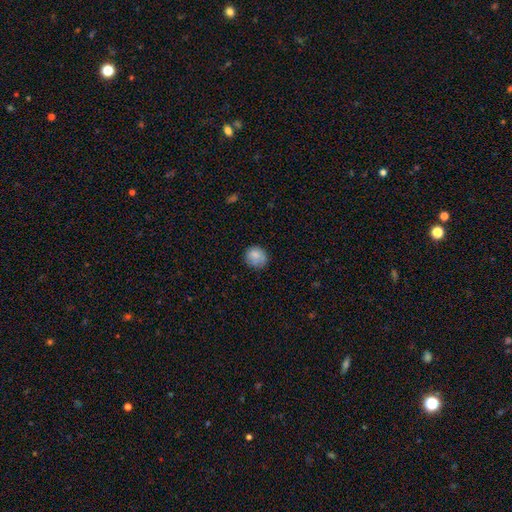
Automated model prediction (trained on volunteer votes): Q: Smooth or featured?
A: smooth (84%); runner-up: star or artifact (9%)
Q: How rounded?
A: round (79%); runner-up: in between (20%)
Q: Merging?
A: none (77%); runner-up: minor disturbance (18%)